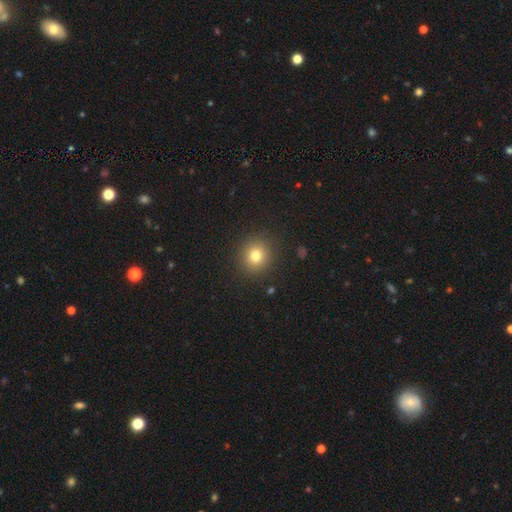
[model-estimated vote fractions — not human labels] smooth-or-featured: smooth: 78% | star or artifact: 14% | featured or disk: 9%
  how-rounded: round: 90% | in between: 9% | cigar-shaped: 1%
  merging: none: 90% | minor disturbance: 6% | major disturbance: 3% | merger: 1%